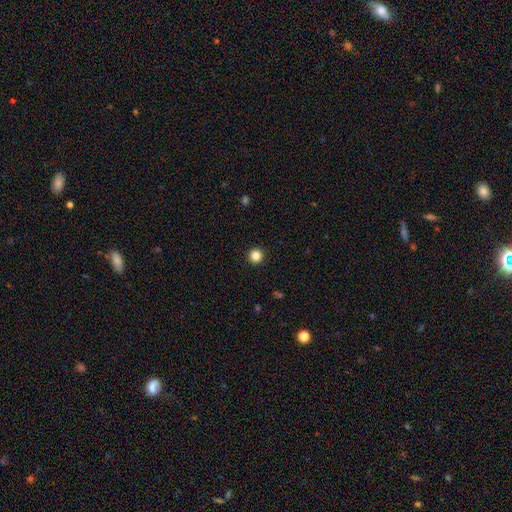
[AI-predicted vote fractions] smooth-or-featured: smooth: 85% | star or artifact: 12% | featured or disk: 3%
  how-rounded: round: 96% | in between: 3% | cigar-shaped: 1%
  merging: none: 93% | minor disturbance: 4% | major disturbance: 2% | merger: 1%